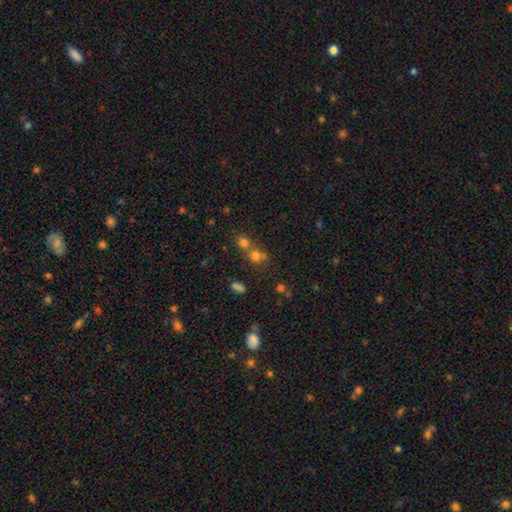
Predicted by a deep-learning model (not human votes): A smooth galaxy with no disk features (66%) that is round (81%). Merging: merger (47%).